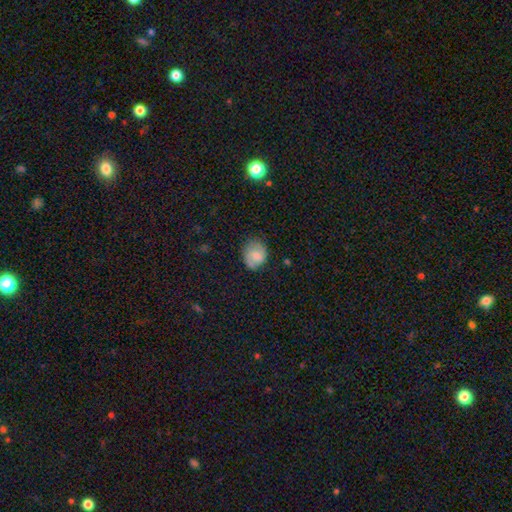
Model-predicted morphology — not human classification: The model was most divided on "how rounded": round: 65%, in between: 34%, cigar-shaped: 1%. More confident: merging — none (69%); smooth or featured — smooth (62%).